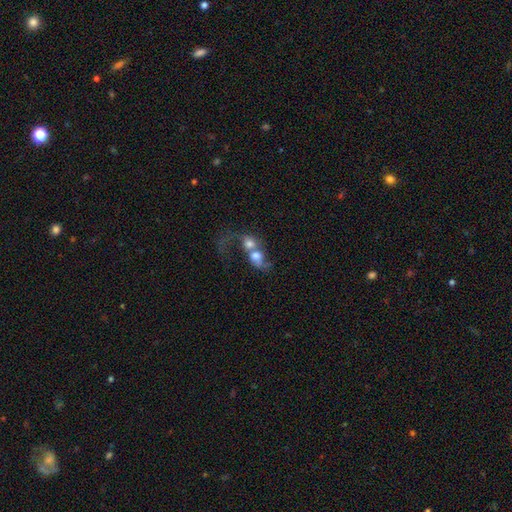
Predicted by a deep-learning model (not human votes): A smooth galaxy with no disk features (56%) that is round (52%). Merging: merger (80%).